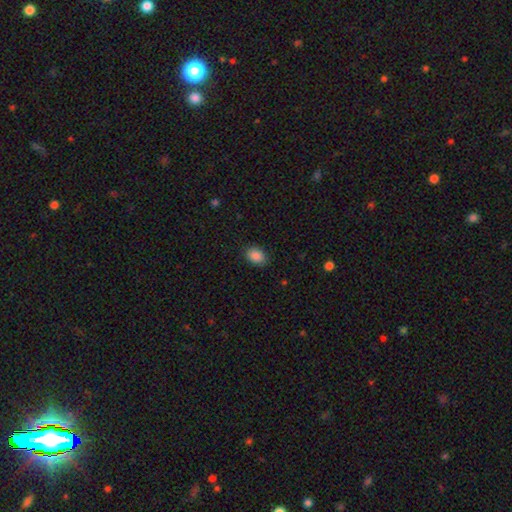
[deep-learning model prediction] smooth 88%, star or artifact 8%, featured or disk 3%. Down the decision tree: how rounded — in between (77%); merging — none (87%).